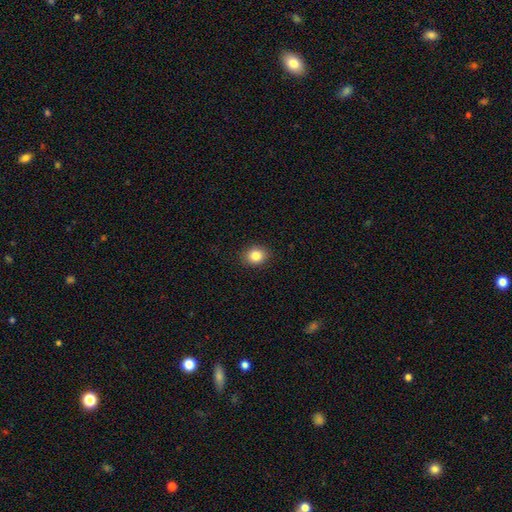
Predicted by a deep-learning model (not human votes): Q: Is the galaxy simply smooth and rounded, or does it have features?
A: smooth — 84%.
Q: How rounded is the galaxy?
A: round — 60%.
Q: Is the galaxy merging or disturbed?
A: none — 90%.